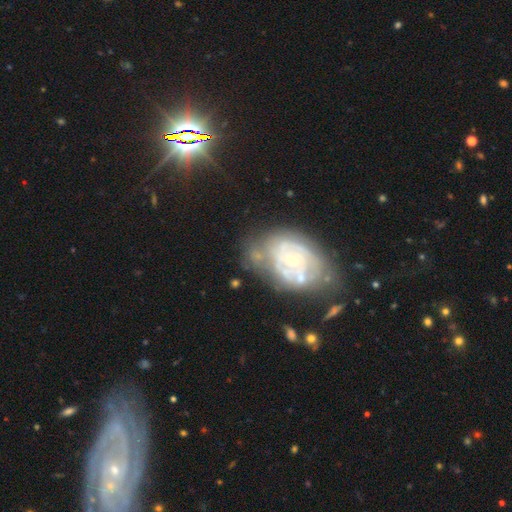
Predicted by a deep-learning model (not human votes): smooth_or_featured: featured or disk (p=0.74) [alt: smooth p=0.17]
disk_edge_on: no (p=0.96) [alt: yes p=0.04]
bar: no (p=0.81) [alt: weak p=0.15]
has_spiral_arms: yes (p=0.60) [alt: no p=0.40]
bulge_size: small (p=0.57) [alt: moderate p=0.38]
merging: none (p=0.42) [alt: minor disturbance p=0.26]